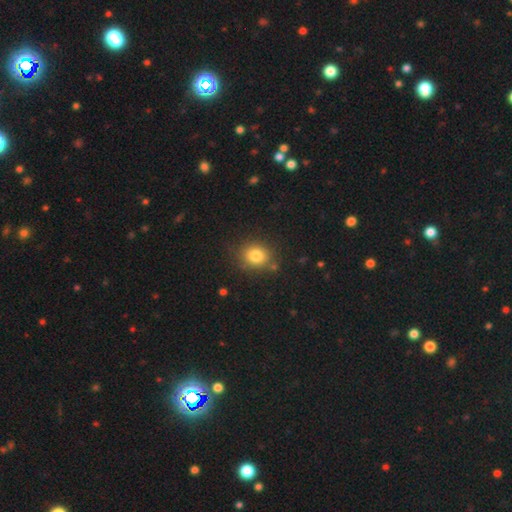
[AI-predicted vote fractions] Smooth or featured? Predicted: smooth (p=0.81). How rounded? Predicted: round (p=0.67). Merging? Predicted: none (p=0.81).